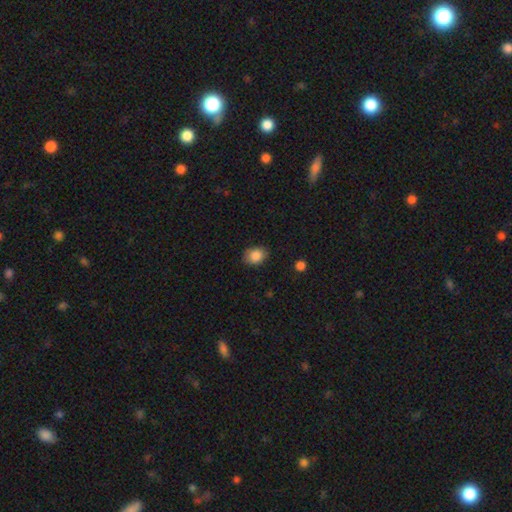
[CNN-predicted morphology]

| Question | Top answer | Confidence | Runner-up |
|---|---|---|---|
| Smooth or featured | smooth | 86% | star or artifact (8%) |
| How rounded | in between | 62% | round (37%) |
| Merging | none | 83% | minor disturbance (14%) |